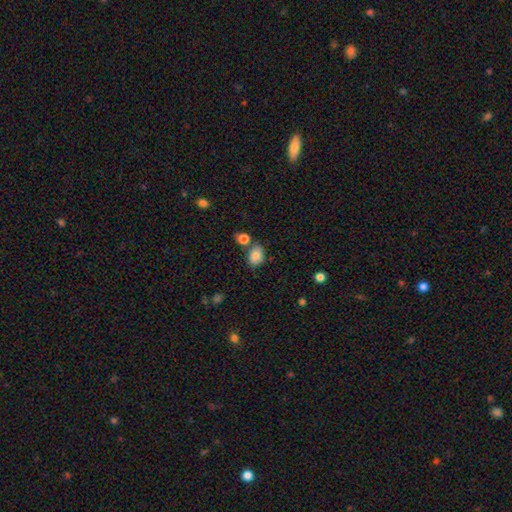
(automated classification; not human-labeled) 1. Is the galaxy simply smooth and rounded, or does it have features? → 84% smooth, 9% star or artifact, 7% featured or disk.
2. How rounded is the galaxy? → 69% in between, 30% round, 1% cigar-shaped.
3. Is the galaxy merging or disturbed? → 65% none, 16% minor disturbance, 15% merger, 4% major disturbance.